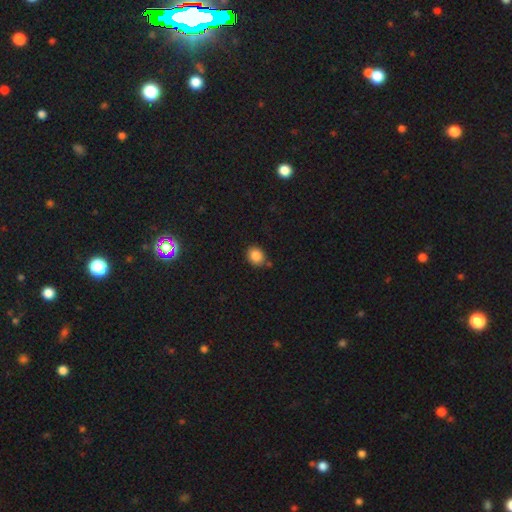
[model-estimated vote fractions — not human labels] Smooth or featured? smooth (85%)
How rounded? round (57%)
Merging? none (80%)